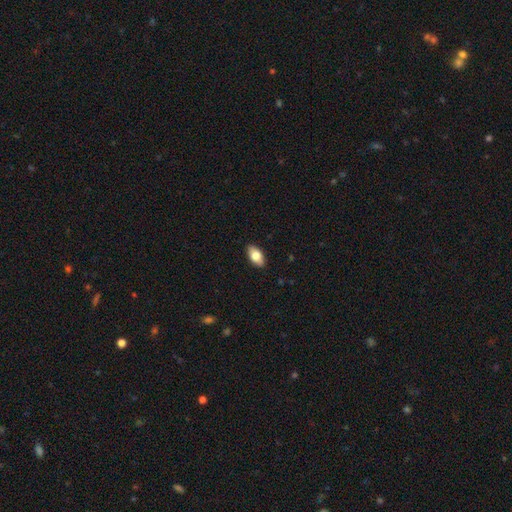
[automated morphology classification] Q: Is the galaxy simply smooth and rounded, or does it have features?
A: smooth — 78%.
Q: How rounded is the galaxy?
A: in between — 92%.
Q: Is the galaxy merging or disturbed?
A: none — 88%.